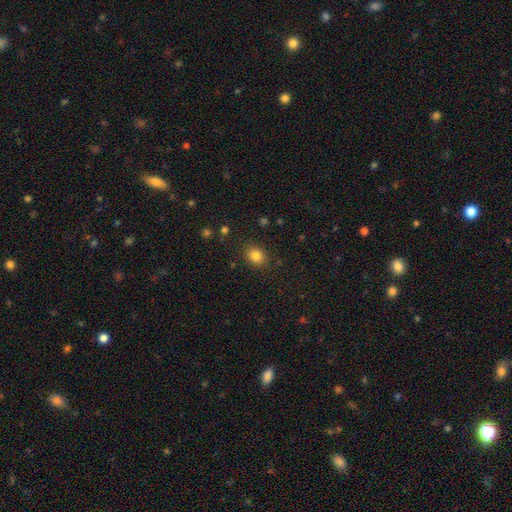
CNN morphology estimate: smooth-or-featured: smooth: 83% | star or artifact: 11% | featured or disk: 6%
  how-rounded: round: 55% | in between: 44% | cigar-shaped: 1%
  merging: none: 87% | minor disturbance: 9% | major disturbance: 3% | merger: 1%